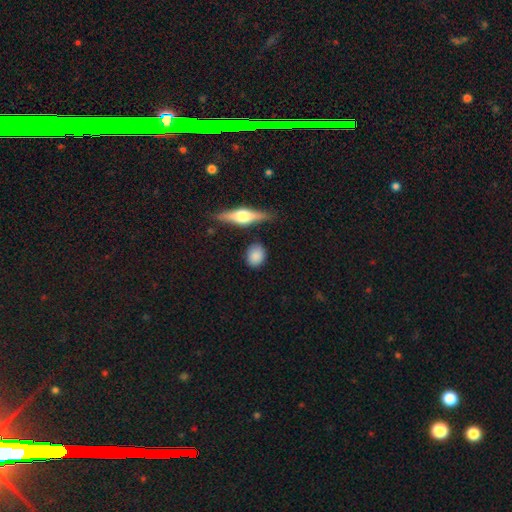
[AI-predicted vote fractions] smooth_or_featured: smooth (p=0.82) [alt: featured or disk p=0.11]
how_rounded: in between (p=0.48) [tied with: round p=0.48]
merging: none (p=0.81) [alt: minor disturbance p=0.12]